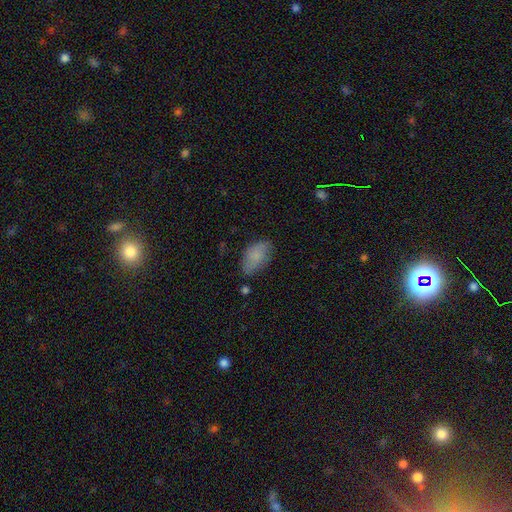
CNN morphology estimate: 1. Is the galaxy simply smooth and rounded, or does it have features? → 80% smooth, 12% featured or disk, 8% star or artifact.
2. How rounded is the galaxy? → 93% in between, 5% round, 3% cigar-shaped.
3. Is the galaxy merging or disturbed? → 63% none, 26% minor disturbance, 7% major disturbance, 3% merger.